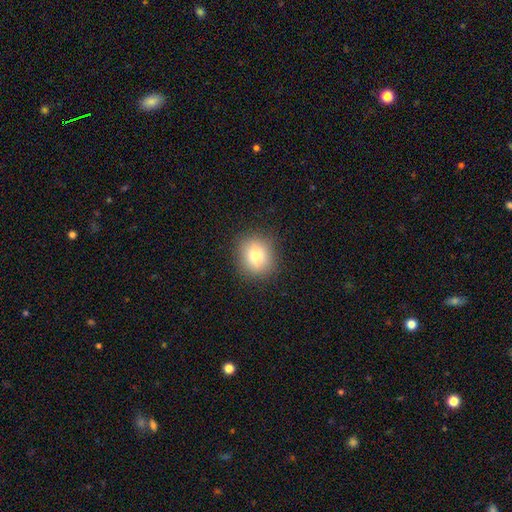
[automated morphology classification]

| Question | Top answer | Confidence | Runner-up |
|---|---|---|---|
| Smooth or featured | smooth | 77% | featured or disk (12%) |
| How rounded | round | 81% | in between (18%) |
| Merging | none | 87% | minor disturbance (9%) |